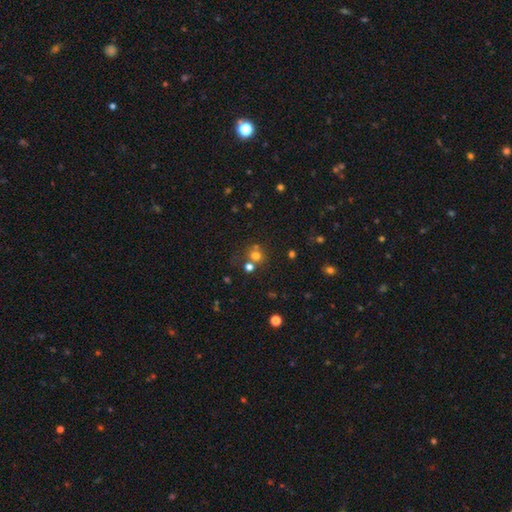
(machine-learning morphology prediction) smooth_or_featured: smooth (p=0.68) [alt: star or artifact p=0.21]
how_rounded: round (p=0.85) [alt: in between p=0.14]
merging: none (p=0.58) [alt: merger p=0.28]